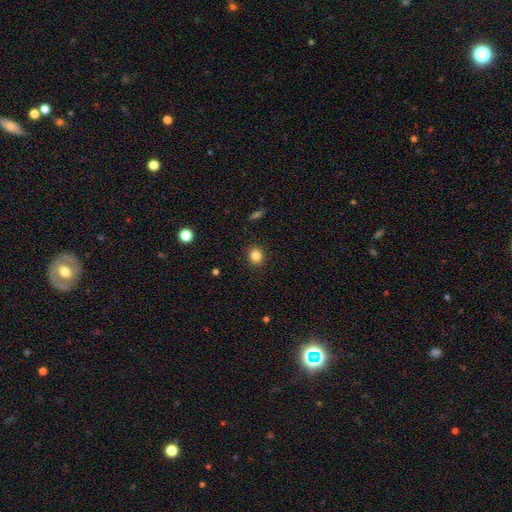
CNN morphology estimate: Smooth or featured? Predicted: smooth (p=0.85). How rounded? Predicted: round (p=0.75). Merging? Predicted: none (p=0.91).